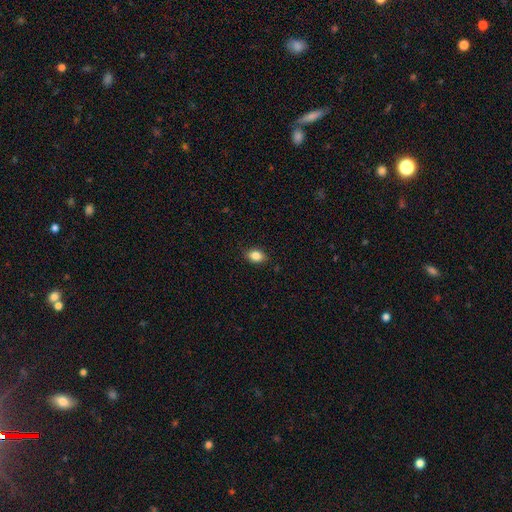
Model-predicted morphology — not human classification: type=smooth (86%); roundness=in between (78%); merging=none (88%).